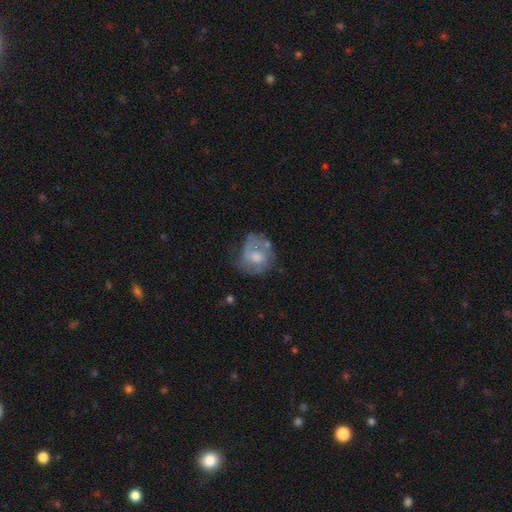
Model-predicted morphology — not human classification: Smooth or featured? featured or disk (50%)
Edge-on disk? no (97%)
Merging? none (43%)